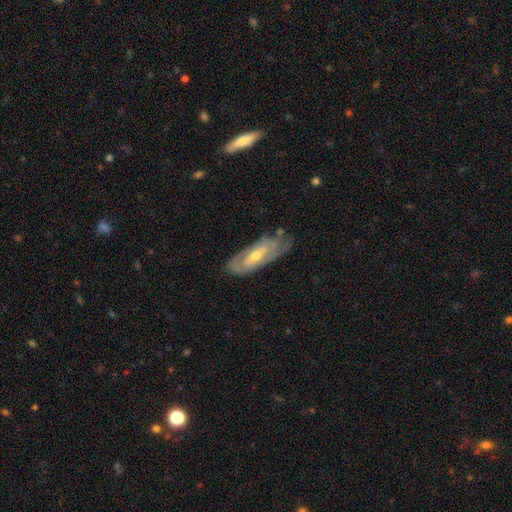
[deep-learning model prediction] Morphology: type=featured or disk (72%); edge-on=no (84%); bar=no (46%); spiral arms=yes (76%); bulge=moderate (55%); merging=none (64%).